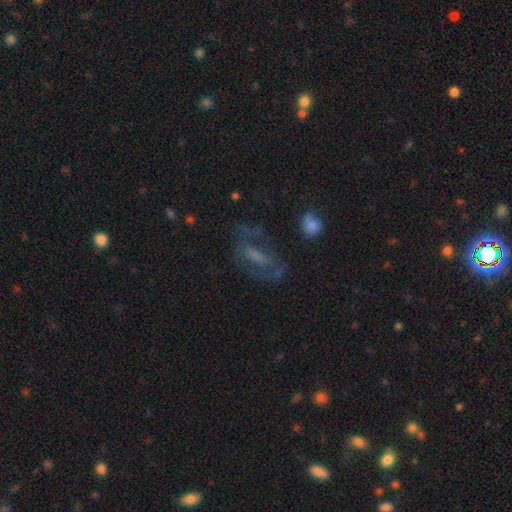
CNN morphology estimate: Smooth or featured?
  - featured or disk: 54% *
  - smooth: 31%
  - star or artifact: 15%
Edge-on disk?
  - no: 89% *
  - yes: 11%
Merging?
  - none: 56% *
  - major disturbance: 23%
  - minor disturbance: 18%
  - merger: 3%